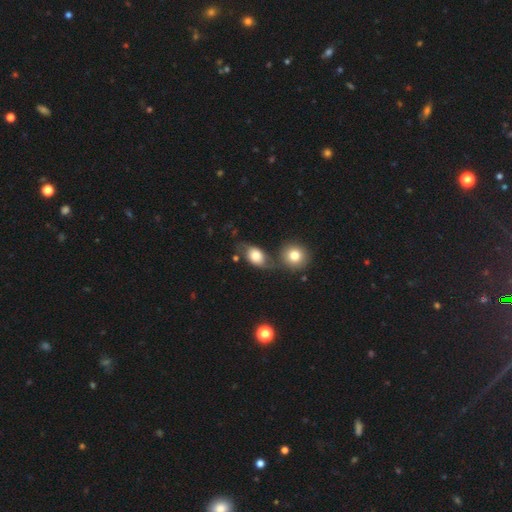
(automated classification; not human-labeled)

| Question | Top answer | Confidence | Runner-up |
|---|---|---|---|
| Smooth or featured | smooth | 70% | featured or disk (22%) |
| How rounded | in between | 75% | round (23%) |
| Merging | none | 47% | merger (22%) |